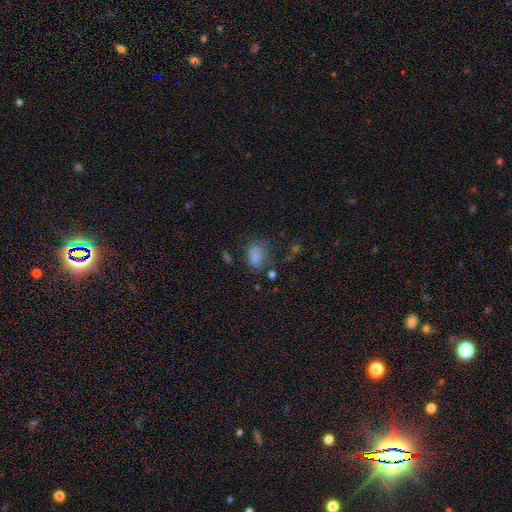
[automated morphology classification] type=smooth (73%); roundness=in between (77%); merging=none (47%).